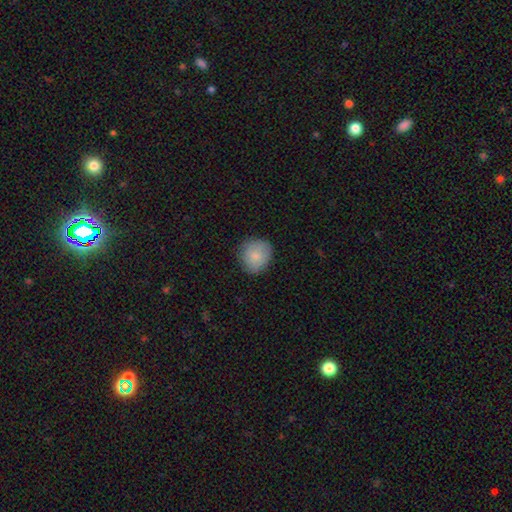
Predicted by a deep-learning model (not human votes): Overall: smooth (84%). How rounded: round (84%). Merging: none (81%).